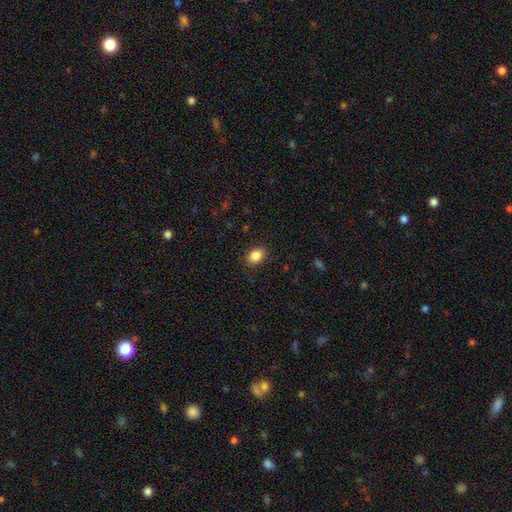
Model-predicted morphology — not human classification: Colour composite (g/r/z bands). It shows a smooth galaxy with no disk features (87%) that is in between round and cigar-shaped (73%). Merging: none (87%).